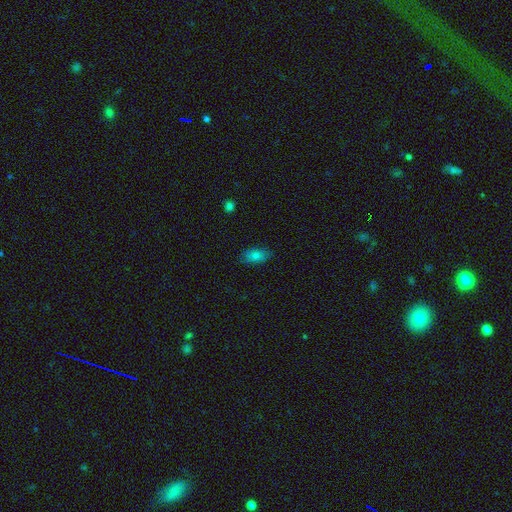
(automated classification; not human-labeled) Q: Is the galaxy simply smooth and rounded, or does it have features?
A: smooth — 78%.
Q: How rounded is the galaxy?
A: in between — 88%.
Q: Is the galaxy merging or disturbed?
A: none — 81%.